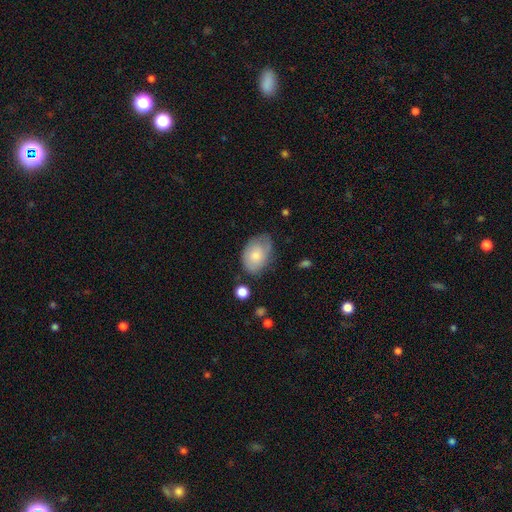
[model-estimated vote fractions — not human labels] A smooth galaxy with no disk features (73%) that is in between round and cigar-shaped (83%).

Vote fractions:
- Smooth or featured? smooth: 73% / featured or disk: 21% / star or artifact: 7%
- How rounded? in between: 83% / round: 16% / cigar-shaped: 1%
- Merging? none: 61% / minor disturbance: 29% / major disturbance: 8% / merger: 3%